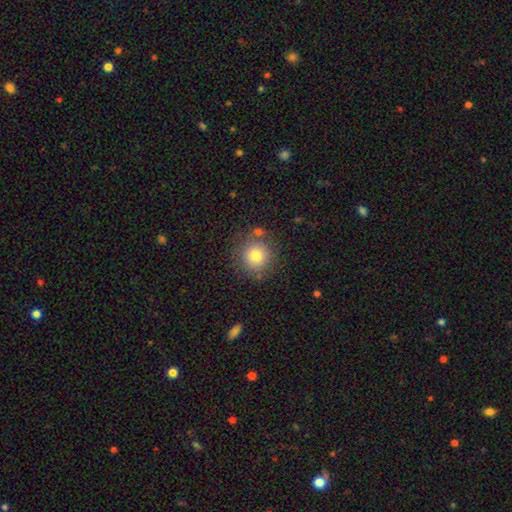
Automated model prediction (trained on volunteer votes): Smooth or featured: smooth — 79% (star or artifact — 11%)
How rounded: round — 90% (in between — 9%)
Merging: none — 80% (minor disturbance — 11%)